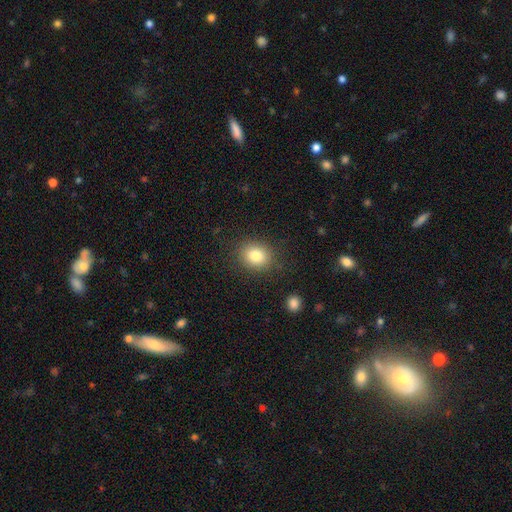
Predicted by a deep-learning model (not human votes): smooth-or-featured: smooth: 81% | star or artifact: 11% | featured or disk: 8%
  how-rounded: round: 64% | in between: 35% | cigar-shaped: 1%
  merging: none: 86% | minor disturbance: 9% | major disturbance: 4% | merger: 1%